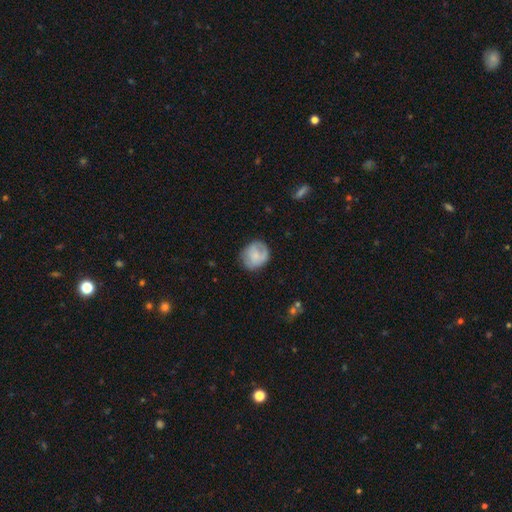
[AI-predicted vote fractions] smooth_or_featured: smooth (p=0.59) [alt: featured or disk p=0.33]
how_rounded: round (p=0.72) [alt: in between p=0.27]
merging: none (p=0.67) [alt: minor disturbance p=0.23]